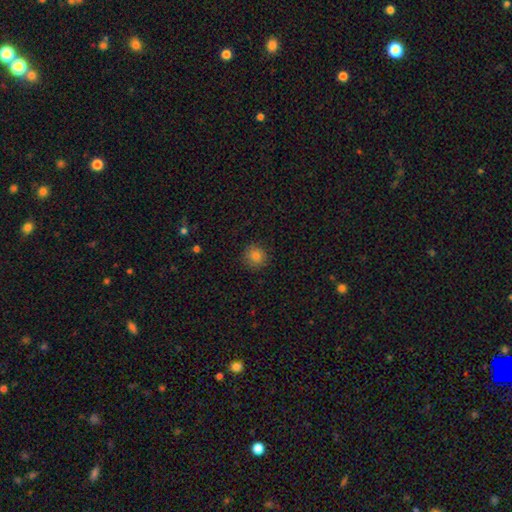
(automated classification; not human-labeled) Smooth or featured: smooth — 82% (star or artifact — 12%)
How rounded: round — 92% (in between — 7%)
Merging: none — 89% (minor disturbance — 8%)